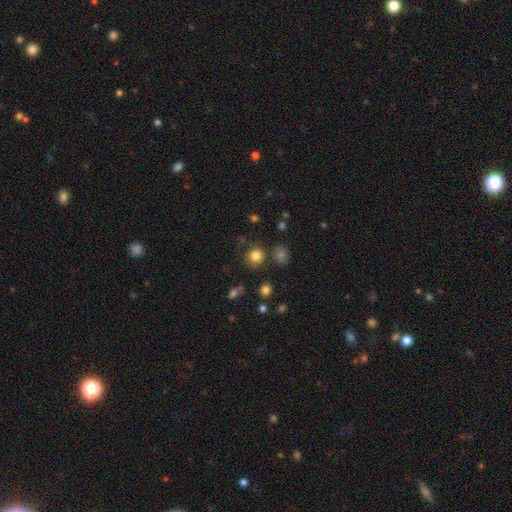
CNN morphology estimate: Smooth or featured?
  - smooth: 81% *
  - star or artifact: 13%
  - featured or disk: 6%
How rounded?
  - round: 88% *
  - in between: 11%
  - cigar-shaped: 1%
Merging?
  - none: 80% *
  - minor disturbance: 10%
  - merger: 6%
  - major disturbance: 4%